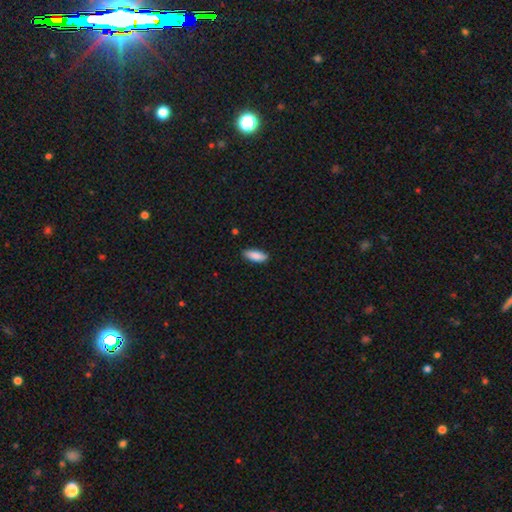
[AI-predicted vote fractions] smooth-or-featured: smooth: 87% | featured or disk: 7% | star or artifact: 6%
  how-rounded: in between: 73% | cigar-shaped: 25% | round: 2%
  merging: none: 85% | minor disturbance: 12% | major disturbance: 2% | merger: 1%